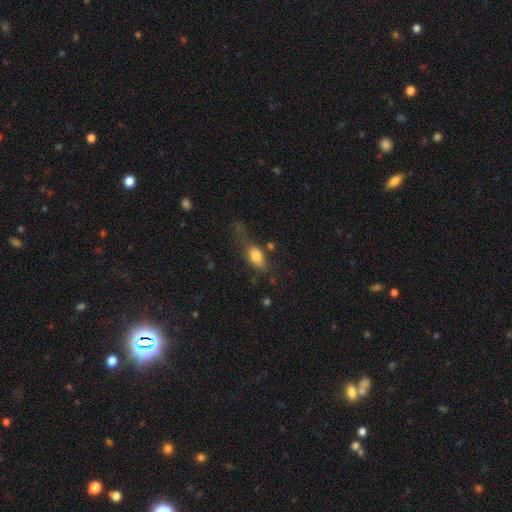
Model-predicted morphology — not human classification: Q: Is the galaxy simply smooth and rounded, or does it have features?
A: smooth — 77%.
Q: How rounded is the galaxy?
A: in between — 82%.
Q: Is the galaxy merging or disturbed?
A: none — 34%.